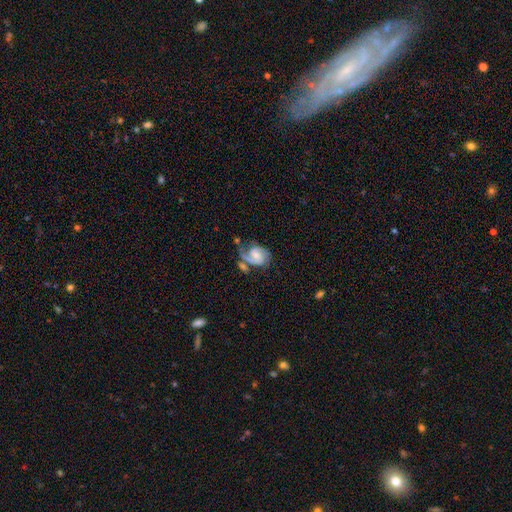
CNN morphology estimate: The model was most divided on "bar": weak: 45%, no: 40%, strong: 16%. Remaining: edge-on disk — no (98%); spiral arms — yes (96%); smooth or featured — featured or disk (79%); spiral arm count — 2 (78%); spiral winding — medium (47%); merging — none (46%); bulge size — small (40%).